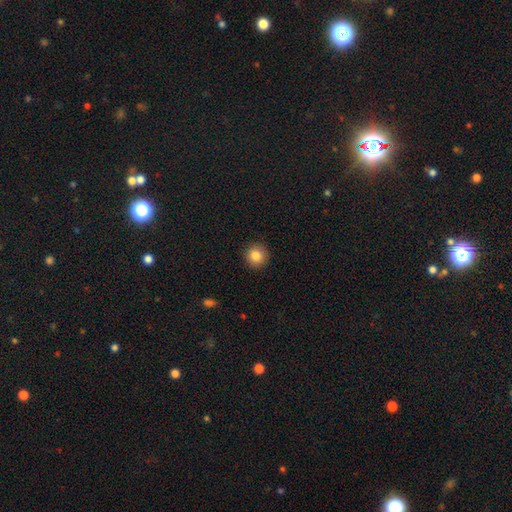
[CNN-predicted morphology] Smooth or featured?
  - smooth: 84% *
  - star or artifact: 10%
  - featured or disk: 6%
How rounded?
  - round: 93% *
  - in between: 6%
  - cigar-shaped: 1%
Merging?
  - none: 92% *
  - minor disturbance: 5%
  - major disturbance: 2%
  - merger: 1%